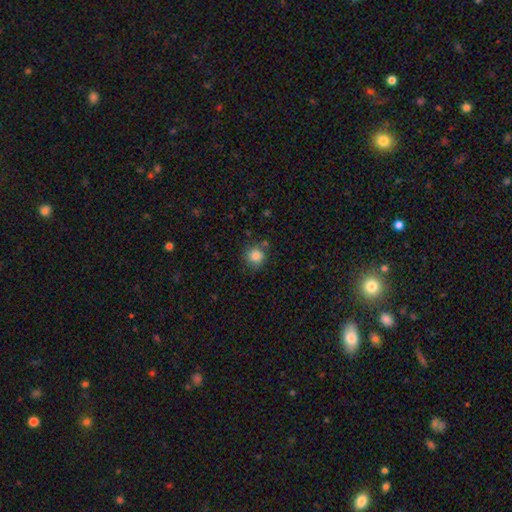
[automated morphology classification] Q: Smooth or featured?
A: smooth (84%); runner-up: star or artifact (11%)
Q: How rounded?
A: round (92%); runner-up: in between (7%)
Q: Merging?
A: none (80%); runner-up: minor disturbance (12%)